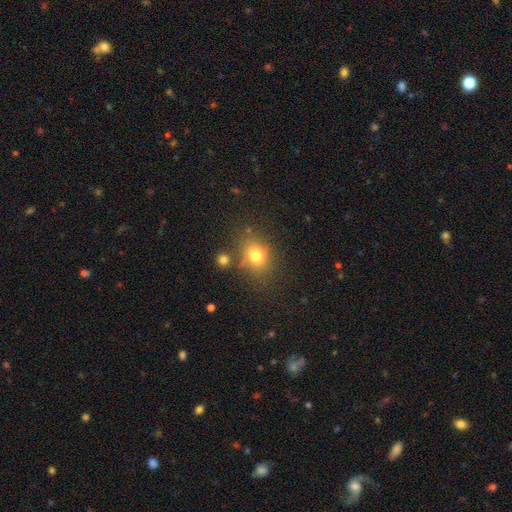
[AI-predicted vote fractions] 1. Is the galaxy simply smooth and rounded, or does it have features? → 74% smooth, 15% star or artifact, 11% featured or disk.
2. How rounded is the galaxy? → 55% round, 44% in between, 1% cigar-shaped.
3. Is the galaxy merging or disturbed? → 73% none, 15% minor disturbance, 7% merger, 5% major disturbance.